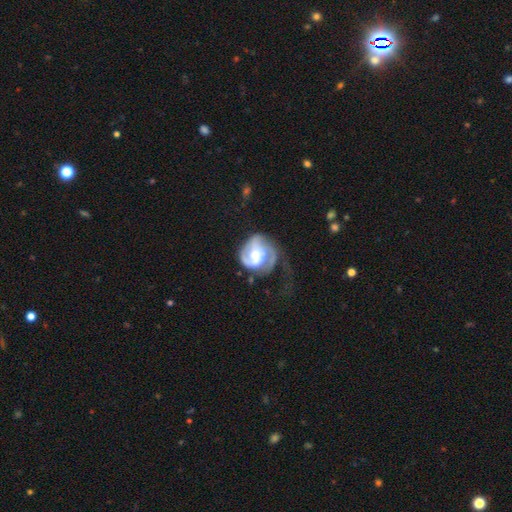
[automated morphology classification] Overall: featured or disk (77%). Edge-on disk: no (98%). Bar: no (57%; weak 33%). Spiral arms: yes (89%). Spiral arm count: 2 (42%; can't tell 19%). Spiral winding: medium (41%; tight 39%). Bulge size: moderate (54%; small 28%). Merging: major disturbance (38%; none 35%).